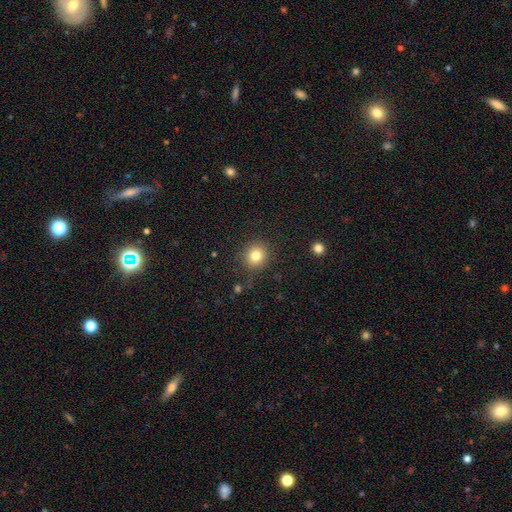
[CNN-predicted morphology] smooth 81%, star or artifact 12%, featured or disk 7%. Down the decision tree: how rounded — round (87%); merging — none (85%).